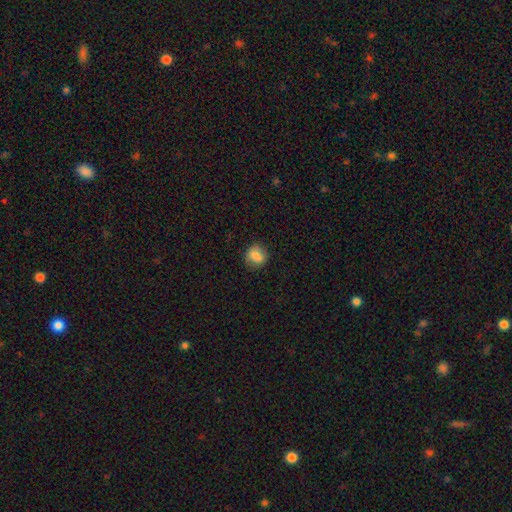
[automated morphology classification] Overall: smooth (83%). How rounded: round (65%; in between 34%). Merging: none (80%).